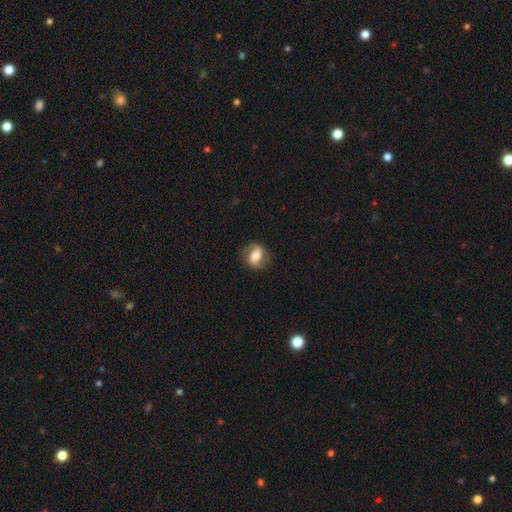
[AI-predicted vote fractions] smooth_or_featured: featured or disk (p=0.54) [alt: smooth p=0.38]
disk_edge_on: no (p=0.94) [alt: yes p=0.06]
bar: weak (p=0.37) [alt: strong p=0.34]
has_spiral_arms: yes (p=0.79) [alt: no p=0.21]
bulge_size: moderate (p=0.59) [alt: large p=0.23]
merging: none (p=0.79) [alt: minor disturbance p=0.14]